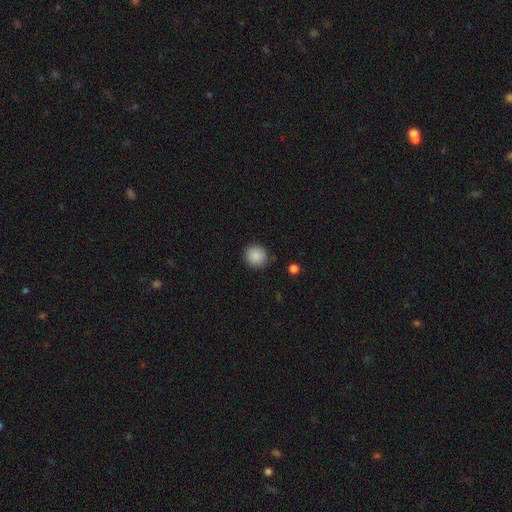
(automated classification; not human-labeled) Smooth or featured? Predicted: smooth (p=0.88). How rounded? Predicted: round (p=0.92). Merging? Predicted: none (p=0.89).